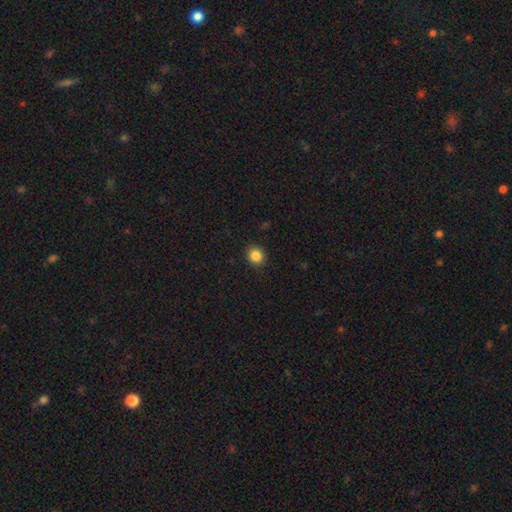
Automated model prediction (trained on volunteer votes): A smooth galaxy with no disk features (85%) that is round (88%).

Vote fractions:
- Smooth or featured? smooth: 85% / star or artifact: 11% / featured or disk: 4%
- How rounded? round: 88% / in between: 12% / cigar-shaped: 1%
- Merging? none: 92% / minor disturbance: 6% / major disturbance: 2% / merger: 1%